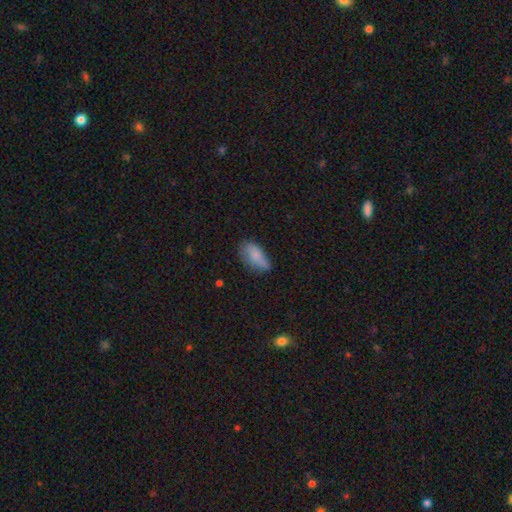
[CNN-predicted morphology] A smooth galaxy with no disk features (78%) that is in between round and cigar-shaped (89%).

Vote fractions:
- Smooth or featured? smooth: 78% / featured or disk: 14% / star or artifact: 8%
- How rounded? in between: 89% / cigar-shaped: 7% / round: 4%
- Merging? none: 50% / minor disturbance: 35% / major disturbance: 11% / merger: 4%